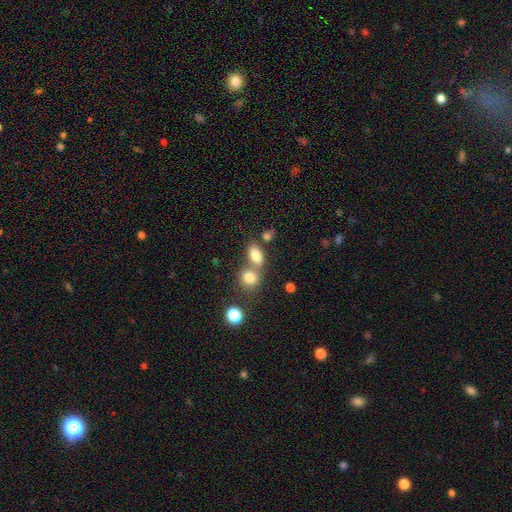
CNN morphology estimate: Smooth or featured? smooth (81%)
How rounded? in between (77%)
Merging? none (44%)